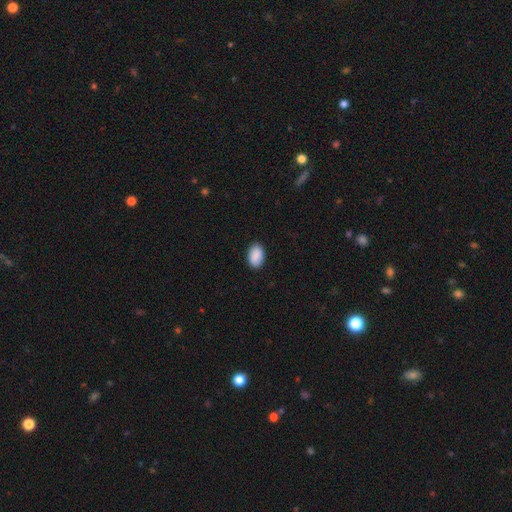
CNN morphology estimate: Smooth or featured?
  - smooth: 91% *
  - star or artifact: 6%
  - featured or disk: 3%
How rounded?
  - in between: 90% *
  - round: 9%
  - cigar-shaped: 1%
Merging?
  - none: 89% *
  - minor disturbance: 8%
  - major disturbance: 2%
  - merger: 1%